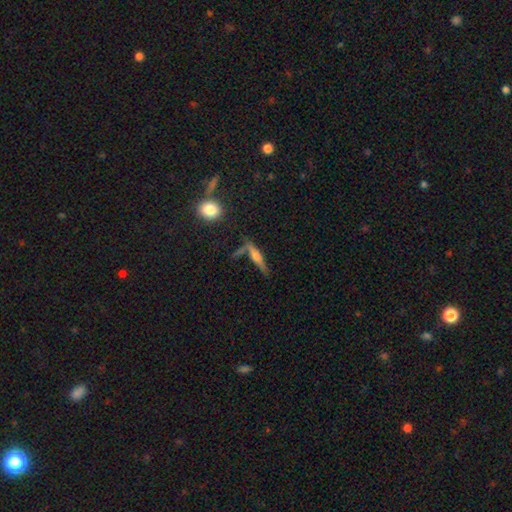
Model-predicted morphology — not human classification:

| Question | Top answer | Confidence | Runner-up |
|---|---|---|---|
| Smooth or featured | featured or disk | 53% | smooth (38%) |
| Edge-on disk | yes | 90% | no (10%) |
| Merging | none | 63% | minor disturbance (17%) |